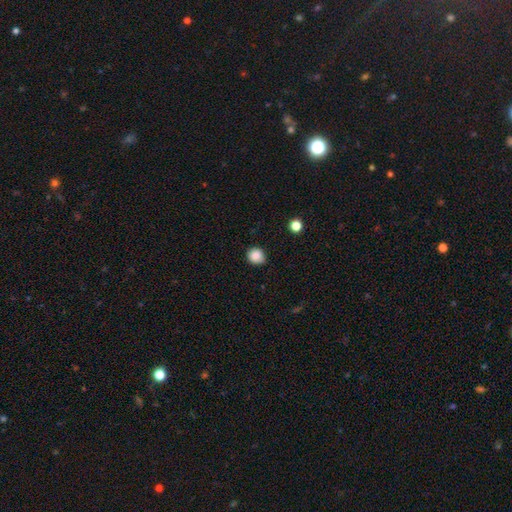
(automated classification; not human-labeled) Morphology: type=smooth (87%); roundness=round (85%); merging=none (82%).